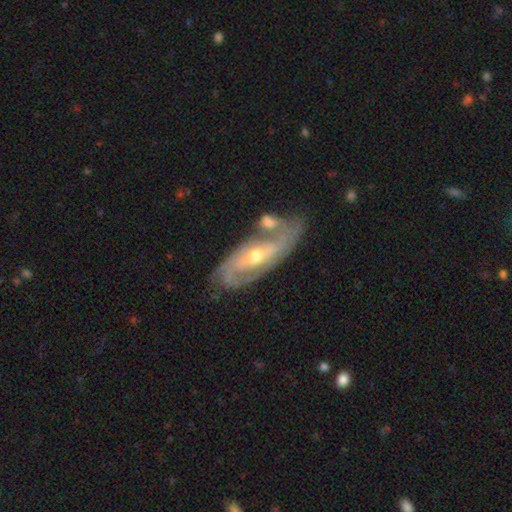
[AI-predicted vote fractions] Q: Smooth or featured?
A: featured or disk (84%); runner-up: smooth (11%)
Q: Edge-on disk?
A: no (89%); runner-up: yes (11%)
Q: Bar?
A: no (51%); runner-up: weak (34%)
Q: Spiral arms?
A: yes (91%); runner-up: no (9%)
Q: Spiral winding?
A: tight (52%); runner-up: medium (36%)
Q: Spiral arm count?
A: 2 (55%); runner-up: can't tell (25%)
Q: Bulge size?
A: moderate (56%); runner-up: small (40%)
Q: Merging?
A: none (58%); runner-up: minor disturbance (19%)